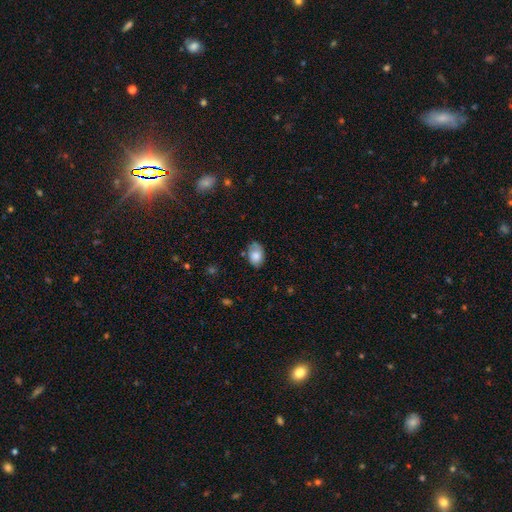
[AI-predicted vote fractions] smooth-or-featured: smooth: 76% | featured or disk: 16% | star or artifact: 8%
  how-rounded: in between: 82% | round: 17% | cigar-shaped: 1%
  merging: none: 63% | minor disturbance: 28% | major disturbance: 7% | merger: 3%